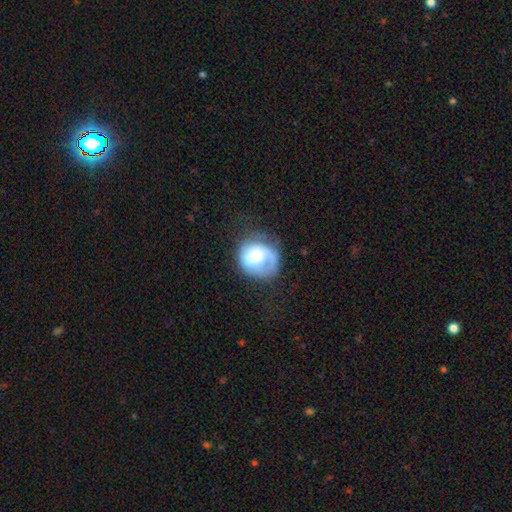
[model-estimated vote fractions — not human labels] Morphology: type=featured or disk (53%); edge-on=no (98%); bar=no (75%); spiral arms=yes (77%); bulge=moderate (49%); merging=none (54%).